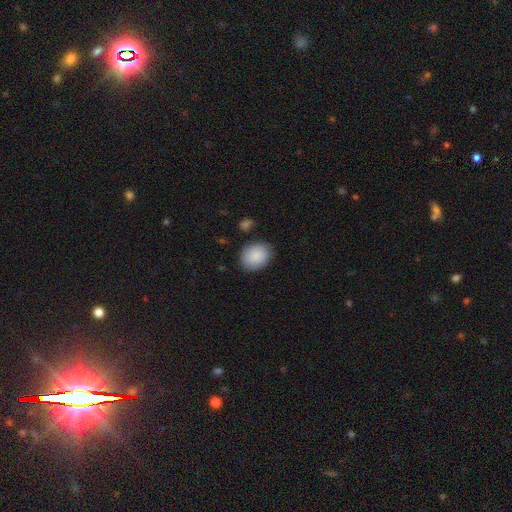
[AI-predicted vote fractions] Overall: smooth (89%). How rounded: in between (51%; round 48%). Merging: none (82%).